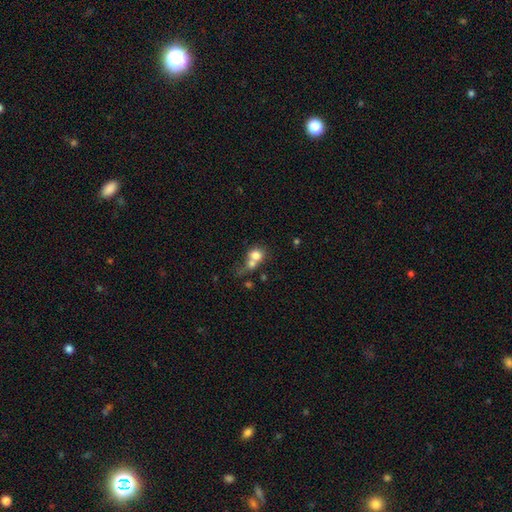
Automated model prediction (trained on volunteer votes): Smooth or featured? Predicted: smooth (p=0.72). How rounded? Predicted: round (p=0.74). Merging? Predicted: merger (p=0.61).